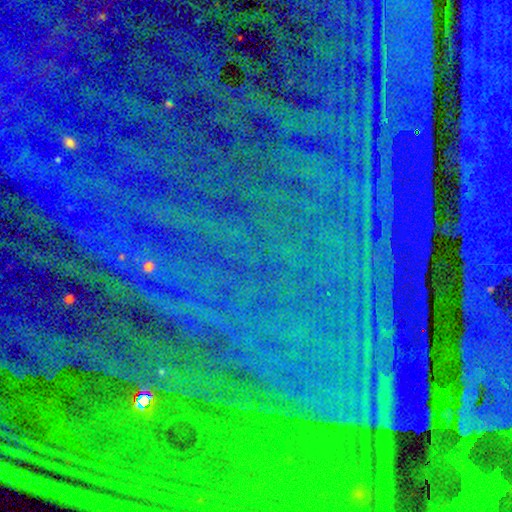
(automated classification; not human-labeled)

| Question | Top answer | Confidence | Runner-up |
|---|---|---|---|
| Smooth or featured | star or artifact | 89% | featured or disk (6%) |